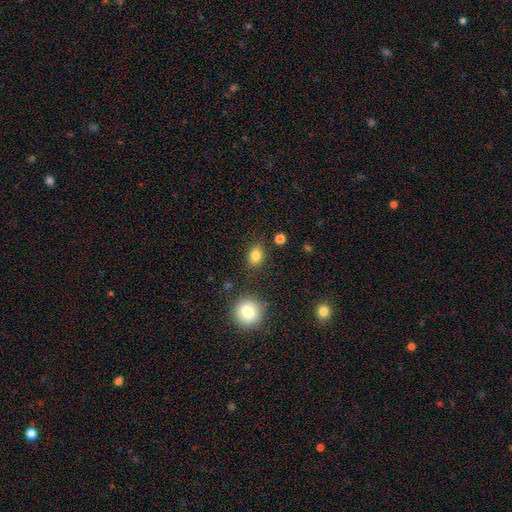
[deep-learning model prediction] Smooth or featured? smooth (83%)
How rounded? in between (64%)
Merging? none (83%)